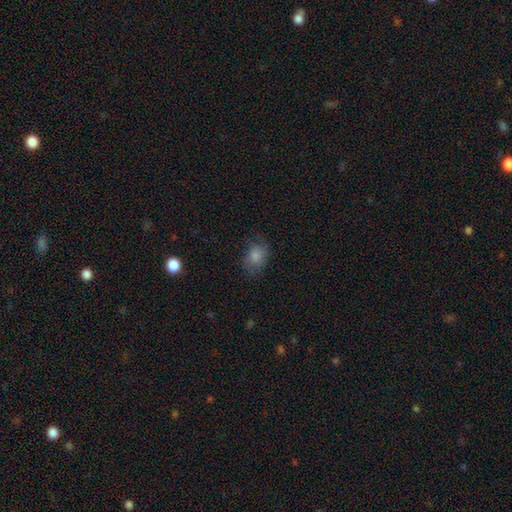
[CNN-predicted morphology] A smooth galaxy with no disk features (79%) that is in between round and cigar-shaped (70%).

Vote fractions:
- Smooth or featured? smooth: 79% / featured or disk: 12% / star or artifact: 9%
- How rounded? in between: 70% / round: 29% / cigar-shaped: 1%
- Merging? none: 67% / minor disturbance: 23% / major disturbance: 9% / merger: 1%